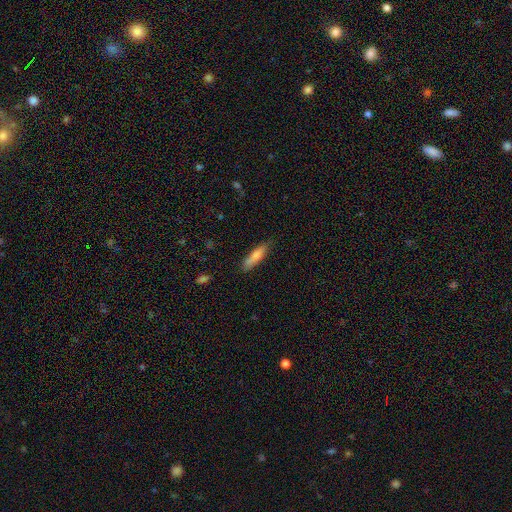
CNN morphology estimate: This is likely a smooth galaxy (76%). How rounded: likely cigar-shaped (71%). Merging: likely none (72%).